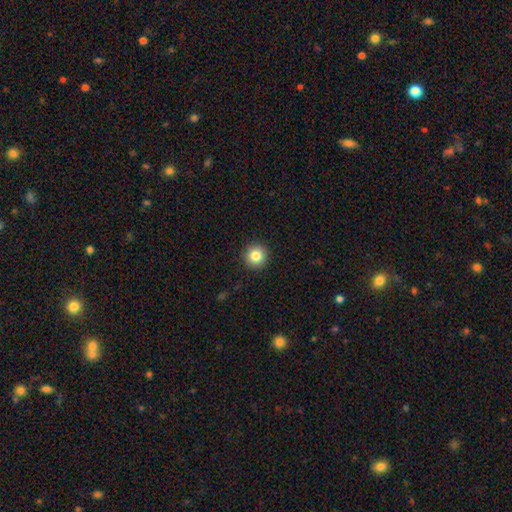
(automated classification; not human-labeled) The model was most divided on "smooth or featured": smooth: 83%, star or artifact: 11%, featured or disk: 6%. More confident: how rounded — round (95%); merging — none (92%).